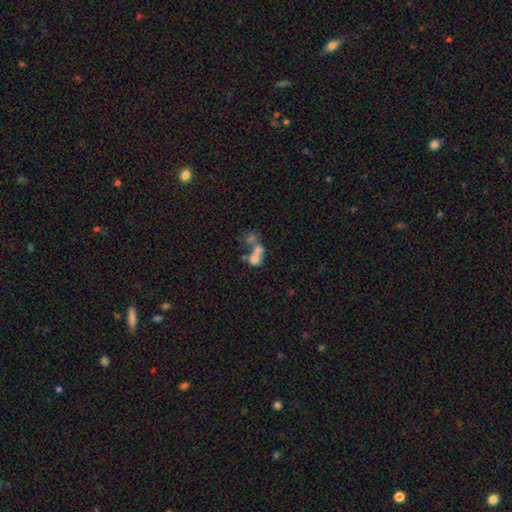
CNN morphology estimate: Smooth or featured?
  - smooth: 57% *
  - featured or disk: 29%
  - star or artifact: 14%
How rounded?
  - in between: 55% *
  - round: 43%
  - cigar-shaped: 2%
Merging?
  - merger: 65% *
  - none: 18%
  - major disturbance: 10%
  - minor disturbance: 7%